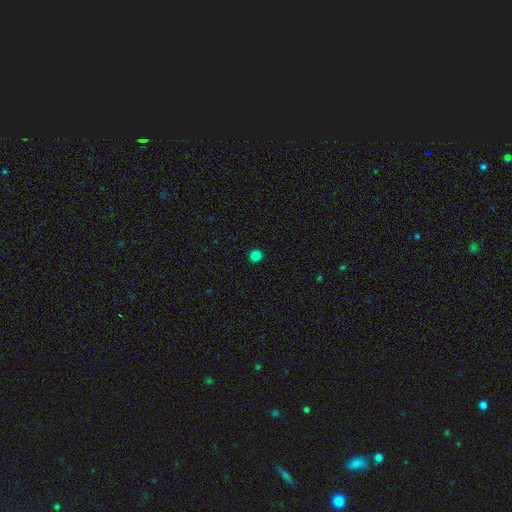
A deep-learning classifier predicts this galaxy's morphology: Smooth or featured?
  - smooth: 83% *
  - star or artifact: 14%
  - featured or disk: 3%
How rounded?
  - round: 94% *
  - in between: 5%
  - cigar-shaped: 1%
Merging?
  - none: 93% *
  - minor disturbance: 5%
  - major disturbance: 2%
  - merger: 1%